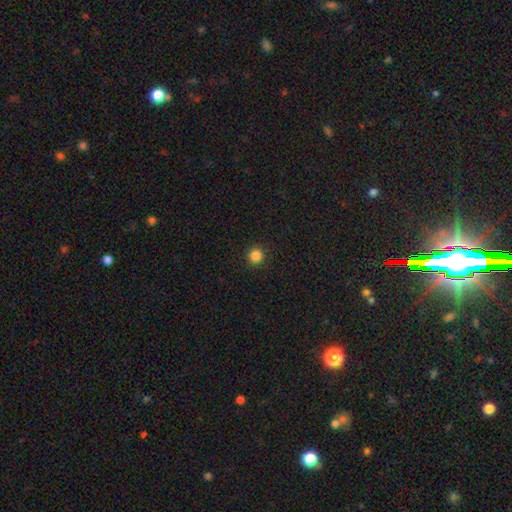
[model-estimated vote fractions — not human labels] Smooth or featured?
  - smooth: 85% *
  - star or artifact: 12%
  - featured or disk: 3%
How rounded?
  - round: 95% *
  - in between: 4%
  - cigar-shaped: 1%
Merging?
  - none: 93% *
  - minor disturbance: 5%
  - major disturbance: 2%
  - merger: 1%